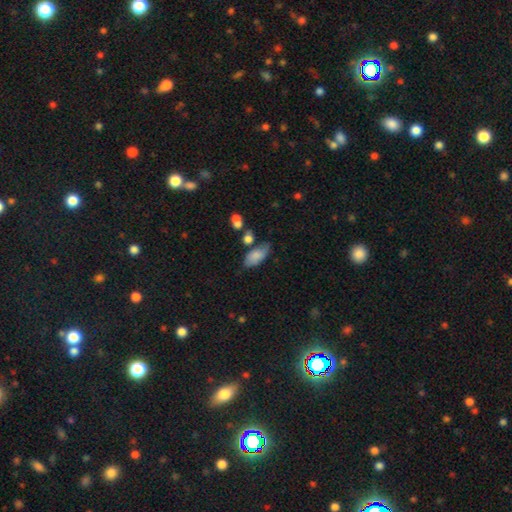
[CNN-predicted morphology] The model was most divided on "merging": none: 57%, minor disturbance: 26%, merger: 9%, major disturbance: 8%. More confident: how rounded — in between (89%); smooth or featured — smooth (76%).